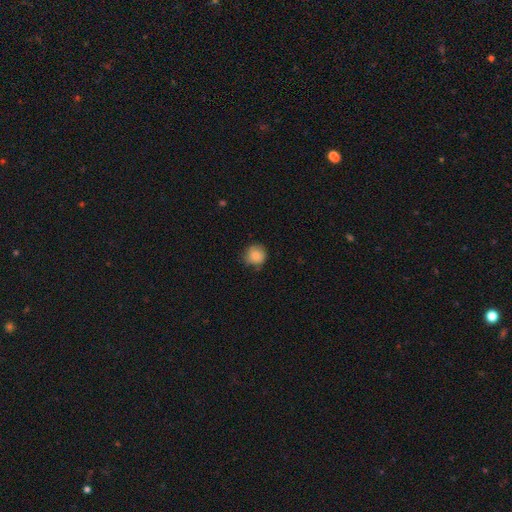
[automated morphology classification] smooth 84%, star or artifact 9%, featured or disk 7%. Down the decision tree: how rounded — round (90%); merging — none (75%).